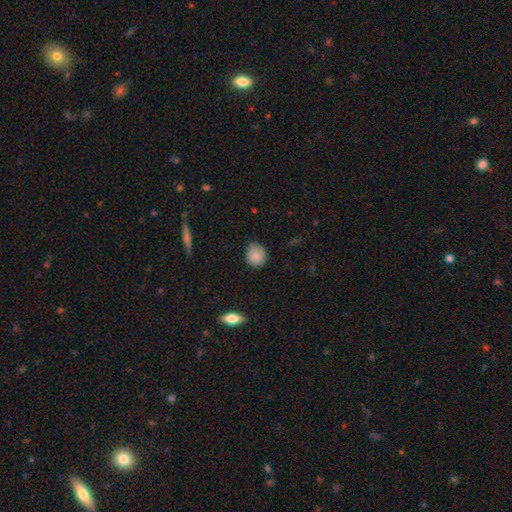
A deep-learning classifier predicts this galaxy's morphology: smooth 87%, star or artifact 9%, featured or disk 5%. Down the decision tree: how rounded — round (80%); merging — none (83%).